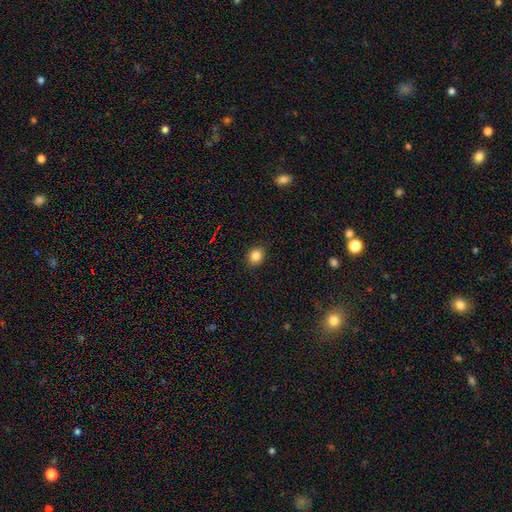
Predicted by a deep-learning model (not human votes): A smooth galaxy with no disk features (84%) that is round (59%). Merging: none (89%).